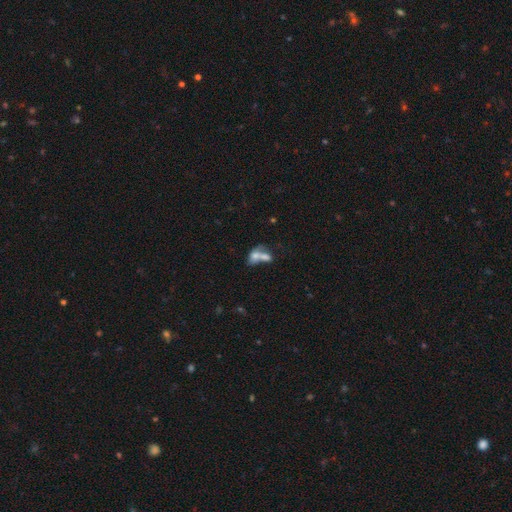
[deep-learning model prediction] Overall: smooth (63%; featured or disk 26%). How rounded: in between (79%). Merging: merger (71%).